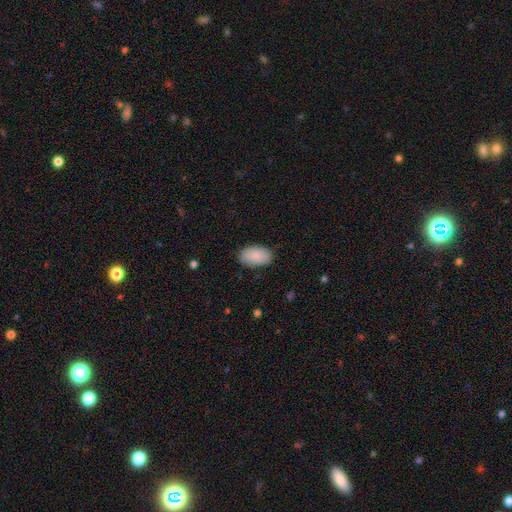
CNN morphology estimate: A smooth galaxy with no disk features (88%) that is in between round and cigar-shaped (94%). Merging: none (85%).